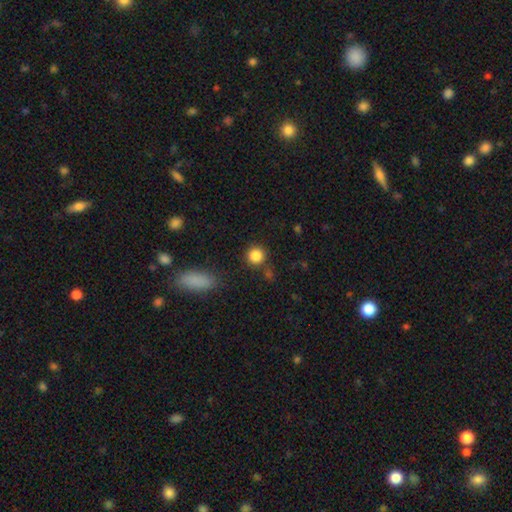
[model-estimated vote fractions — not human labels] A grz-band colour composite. It shows a smooth galaxy with no disk features (85%) that is round (92%). Merging: none (83%).